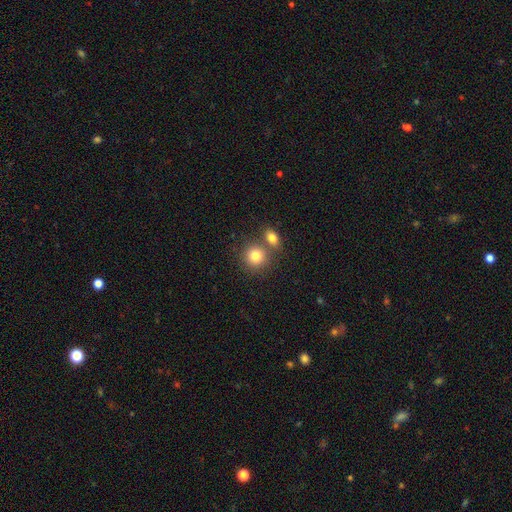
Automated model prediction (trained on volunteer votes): This is clearly a smooth galaxy (81%). How rounded: clearly round (85%). Merging: possibly none (59%).